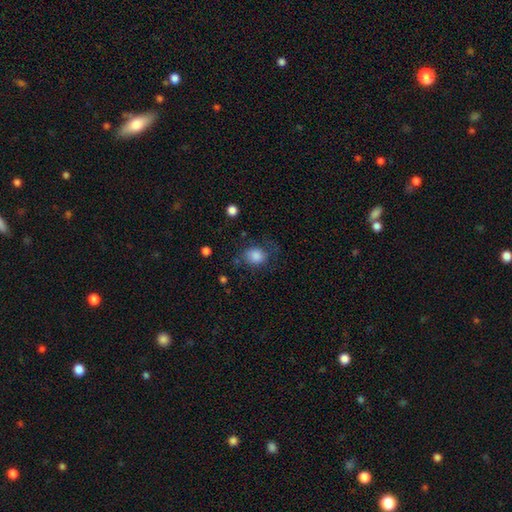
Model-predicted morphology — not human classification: Smooth or featured?
  - smooth: 84% *
  - star or artifact: 9%
  - featured or disk: 7%
How rounded?
  - round: 61% *
  - in between: 38%
  - cigar-shaped: 1%
Merging?
  - none: 62% *
  - minor disturbance: 23%
  - major disturbance: 12%
  - merger: 3%